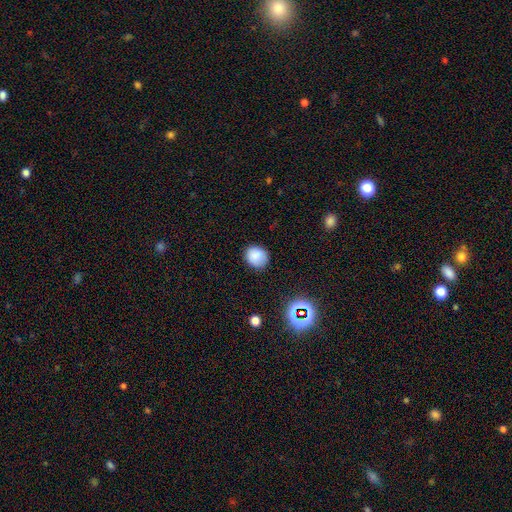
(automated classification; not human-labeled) smooth 83%, star or artifact 11%, featured or disk 6%. Down the decision tree: how rounded — round (74%); merging — none (82%).